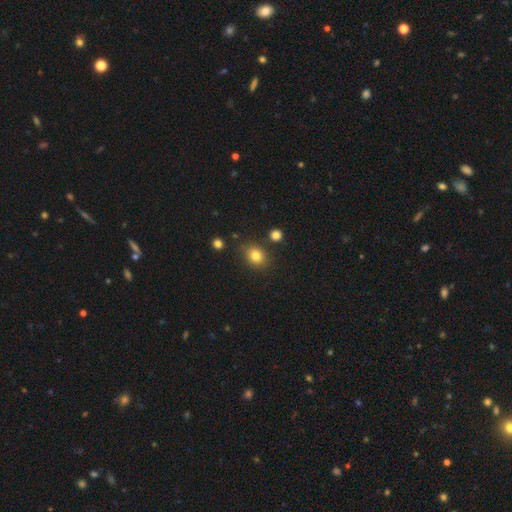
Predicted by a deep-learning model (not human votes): This appears to be a smooth galaxy with no disk features (82%) that is round (55%). Merging: none (81%).